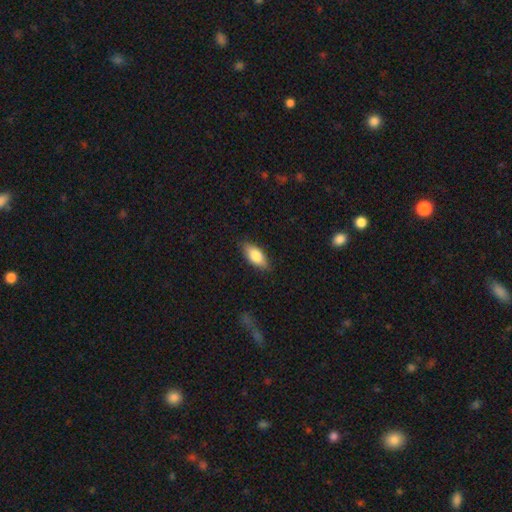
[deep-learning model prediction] This is clearly a smooth galaxy (81%). How rounded: clearly in between (86%). Merging: clearly none (84%).